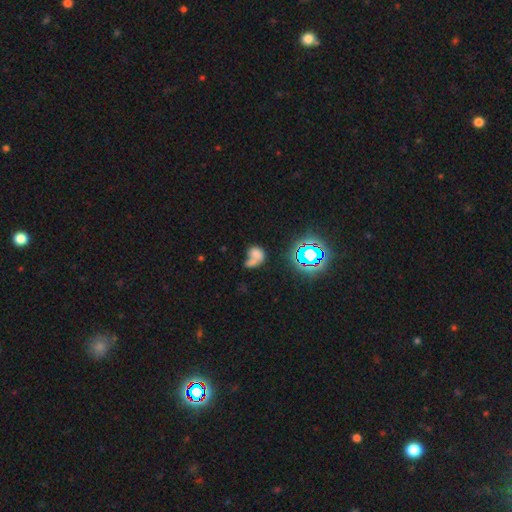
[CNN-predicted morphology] type=smooth (54%); roundness=in between (53%); merging=merger (53%).